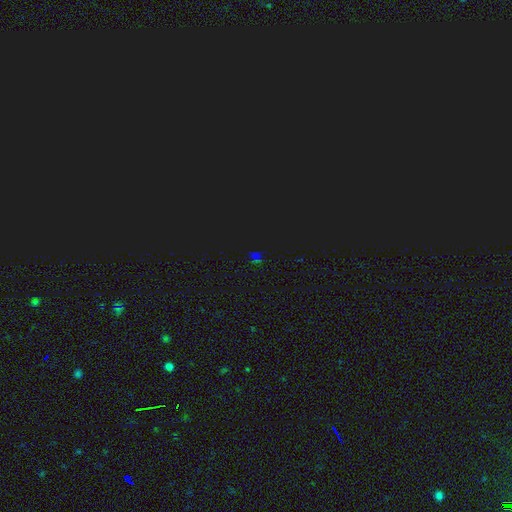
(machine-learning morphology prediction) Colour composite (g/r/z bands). It shows a star or artifact, not a galaxy (70%).